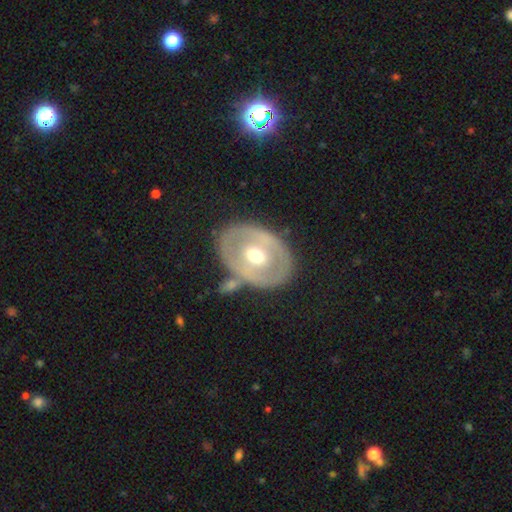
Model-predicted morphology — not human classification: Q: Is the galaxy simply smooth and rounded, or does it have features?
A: featured or disk — 62%.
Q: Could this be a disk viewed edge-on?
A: no — 92%.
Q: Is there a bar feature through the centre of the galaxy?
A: no — 57%.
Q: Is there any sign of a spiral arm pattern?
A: no — 81%.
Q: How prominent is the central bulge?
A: moderate — 74%.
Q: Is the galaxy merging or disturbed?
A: none — 67%.